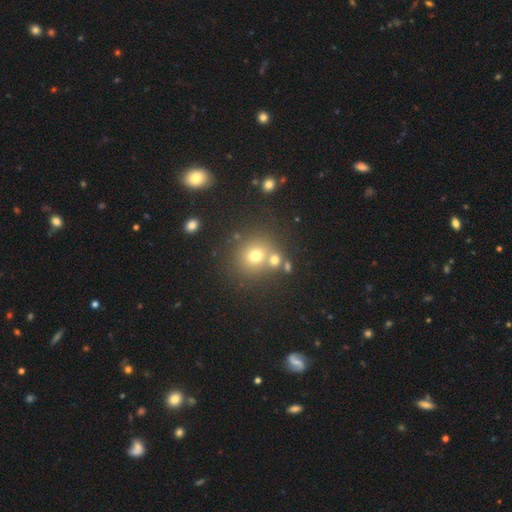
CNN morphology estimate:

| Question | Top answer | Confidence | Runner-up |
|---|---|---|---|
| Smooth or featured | smooth | 70% | star or artifact (18%) |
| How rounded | round | 86% | in between (13%) |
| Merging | none | 66% | merger (21%) |